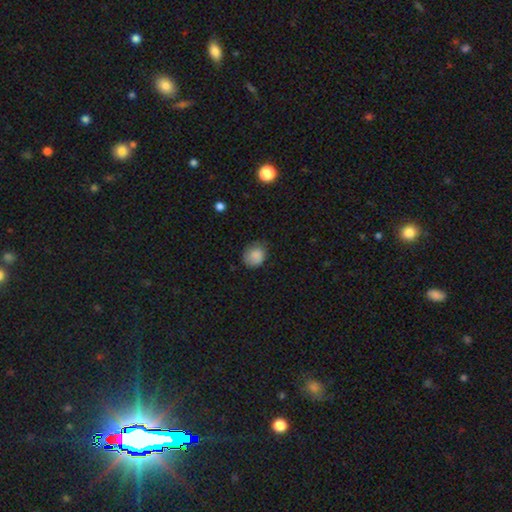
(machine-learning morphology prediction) Smooth or featured?
  - smooth: 85% *
  - star or artifact: 8%
  - featured or disk: 7%
How rounded?
  - round: 64% *
  - in between: 35%
  - cigar-shaped: 1%
Merging?
  - none: 63% *
  - minor disturbance: 28%
  - major disturbance: 7%
  - merger: 1%